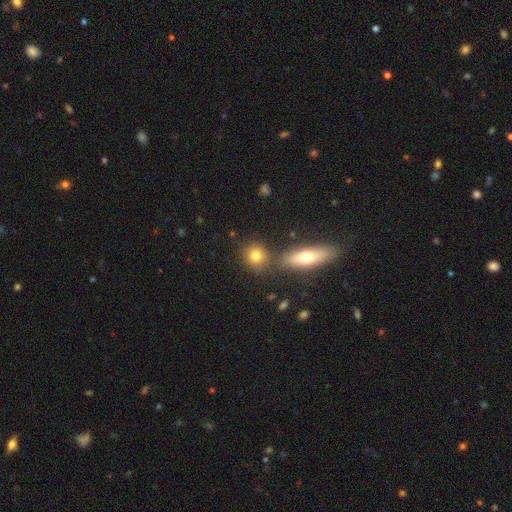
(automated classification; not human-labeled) smooth_or_featured: smooth (p=0.76) [alt: featured or disk p=0.12]
how_rounded: round (p=0.73) [alt: in between p=0.23]
merging: none (p=0.70) [alt: merger p=0.16]